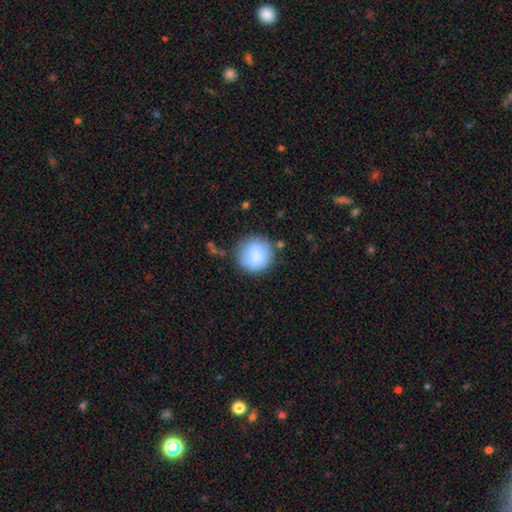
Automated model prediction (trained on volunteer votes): Smooth or featured? Predicted: smooth (p=0.82). How rounded? Predicted: round (p=0.92). Merging? Predicted: none (p=0.73).